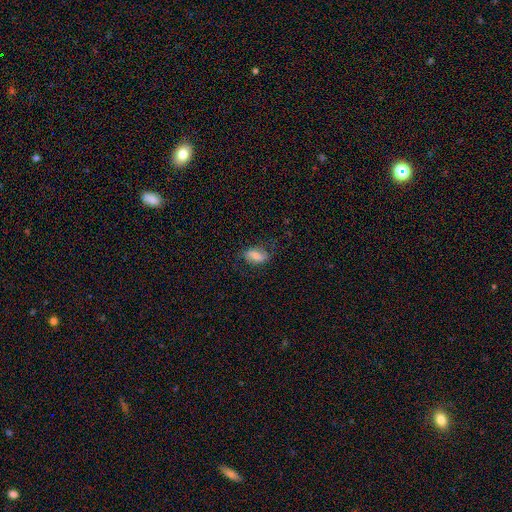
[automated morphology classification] smooth-or-featured: smooth: 55% | featured or disk: 37% | star or artifact: 8%
  how-rounded: in between: 86% | round: 10% | cigar-shaped: 3%
  merging: none: 70% | minor disturbance: 21% | major disturbance: 8% | merger: 1%